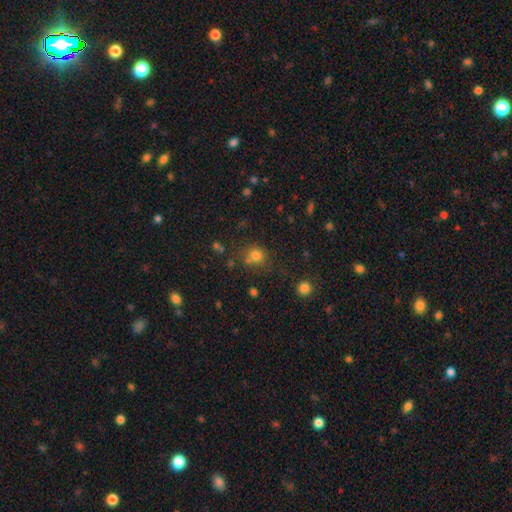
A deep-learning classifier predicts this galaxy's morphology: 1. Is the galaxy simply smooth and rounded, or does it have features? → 75% smooth, 18% star or artifact, 7% featured or disk.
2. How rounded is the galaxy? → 85% round, 14% in between, 1% cigar-shaped.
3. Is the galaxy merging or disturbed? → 67% none, 16% merger, 12% minor disturbance, 5% major disturbance.